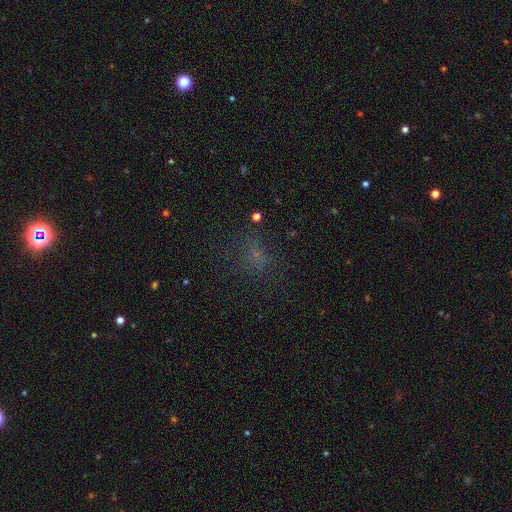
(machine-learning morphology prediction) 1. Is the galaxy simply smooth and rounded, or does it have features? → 47% smooth, 38% star or artifact, 15% featured or disk.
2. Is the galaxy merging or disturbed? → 65% none, 17% minor disturbance, 15% major disturbance, 3% merger.